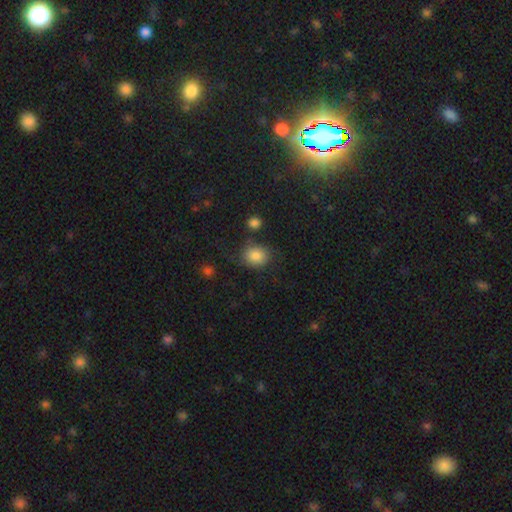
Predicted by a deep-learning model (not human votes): This appears to be a smooth galaxy with no disk features (83%) that is round (65%). Merging: none (71%).